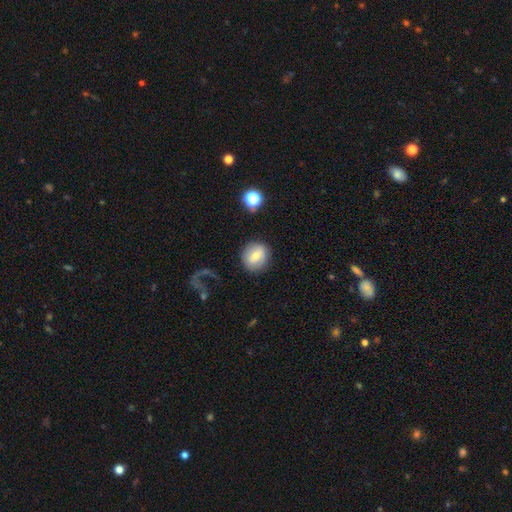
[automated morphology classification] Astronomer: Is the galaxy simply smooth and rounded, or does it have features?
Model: smooth — 69%.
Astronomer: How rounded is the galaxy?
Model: round — 85%.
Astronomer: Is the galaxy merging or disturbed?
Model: none — 84%.